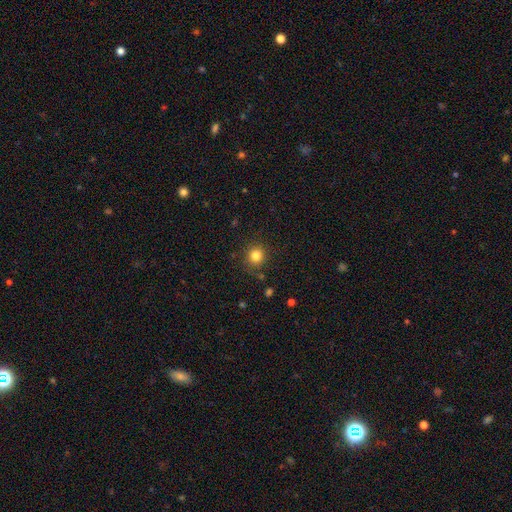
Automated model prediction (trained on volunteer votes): This appears to be a smooth galaxy with no disk features (82%) that is round (91%). Merging: none (85%).